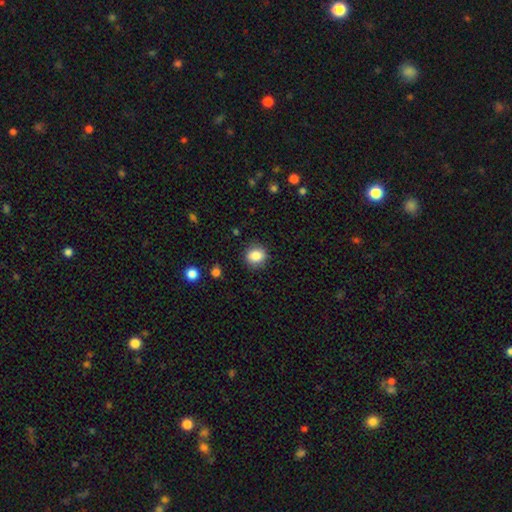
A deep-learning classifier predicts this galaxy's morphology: A smooth galaxy with no disk features (85%) that is round (78%). Merging: none (88%).